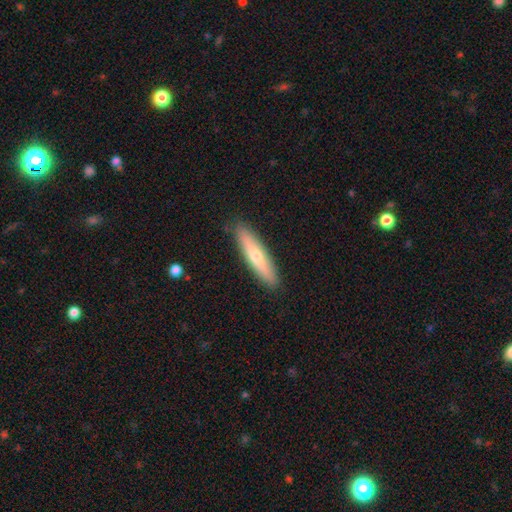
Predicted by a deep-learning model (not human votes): The model was most divided on "smooth or featured": smooth: 58%, featured or disk: 35%, star or artifact: 7%. More confident: merging — none (90%); how rounded — cigar-shaped (83%).